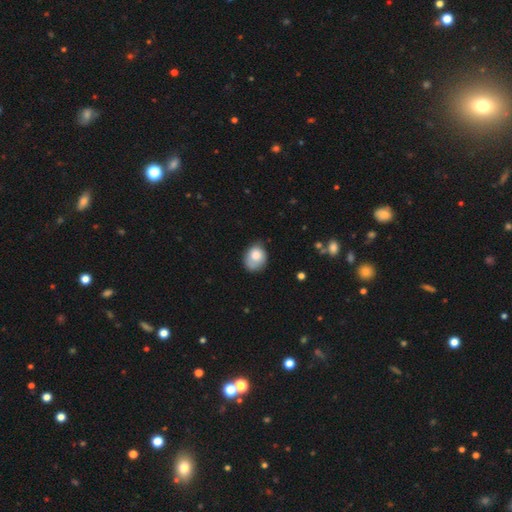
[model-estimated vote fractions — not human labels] smooth_or_featured: smooth (p=0.79) [alt: featured or disk p=0.13]
how_rounded: round (p=0.50) [alt: in between p=0.49]
merging: none (p=0.54) [alt: minor disturbance p=0.33]